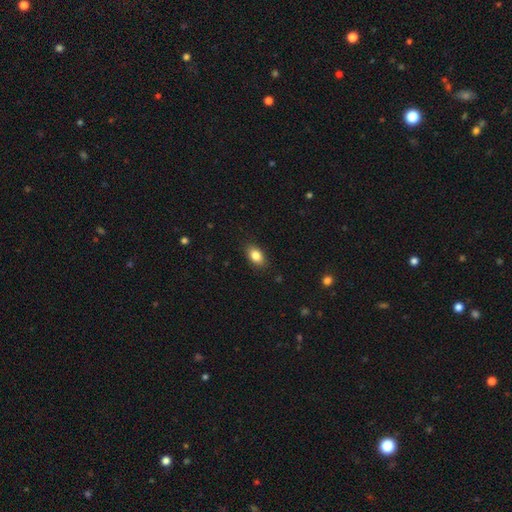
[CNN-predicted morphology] This is clearly a smooth galaxy (84%). How rounded: clearly in between (87%). Merging: clearly none (87%).